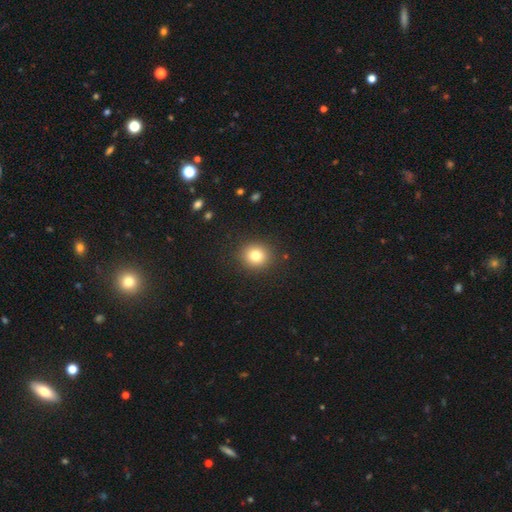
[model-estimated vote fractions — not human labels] Smooth or featured? smooth (79%)
How rounded? round (85%)
Merging? none (90%)